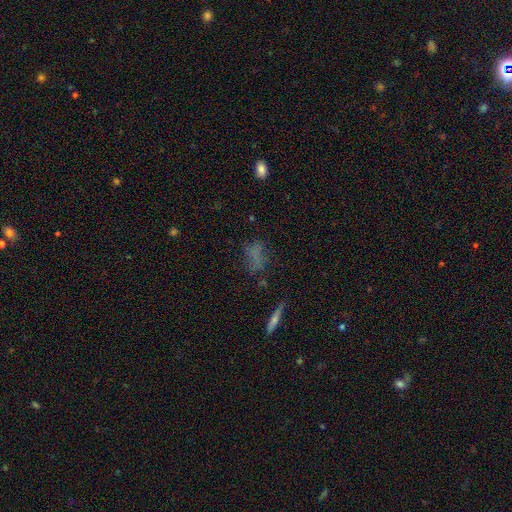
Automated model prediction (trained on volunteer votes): smooth 59%, featured or disk 22%, star or artifact 20%. Down the decision tree: how rounded — in between (68%); merging — none (58%).